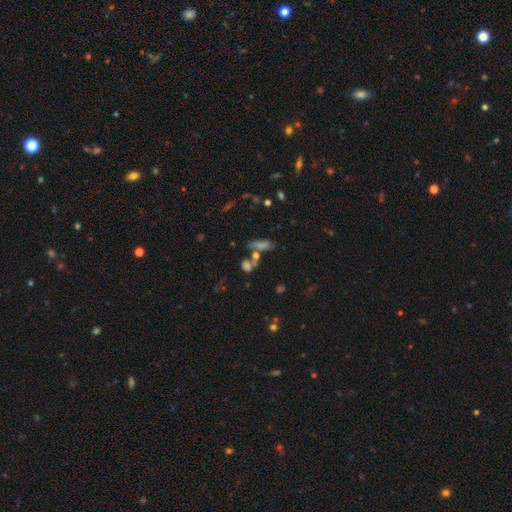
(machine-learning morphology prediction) A smooth galaxy with no disk features (55%) that is in between round and cigar-shaped (55%). Merging: none (43%).